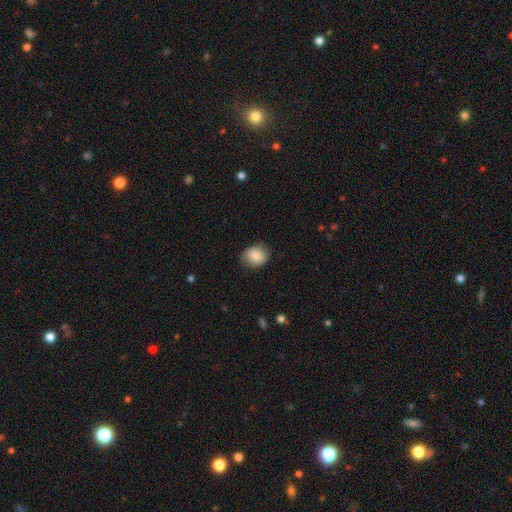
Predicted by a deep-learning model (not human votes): This appears to be a smooth galaxy with no disk features (82%) that is round (58%). Merging: none (76%).